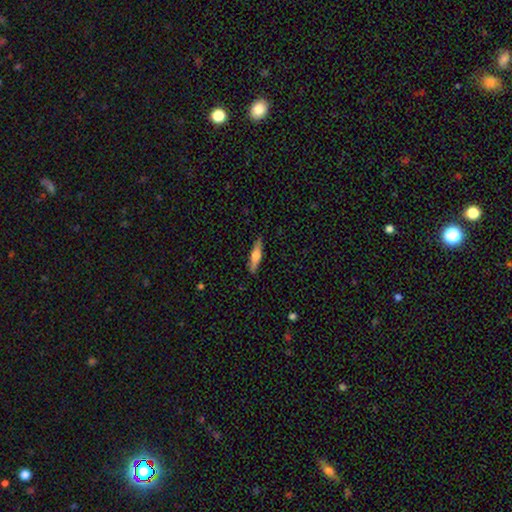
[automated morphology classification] This is possibly a smooth galaxy (53%). How rounded: likely cigar-shaped (75%). Merging: clearly none (88%).